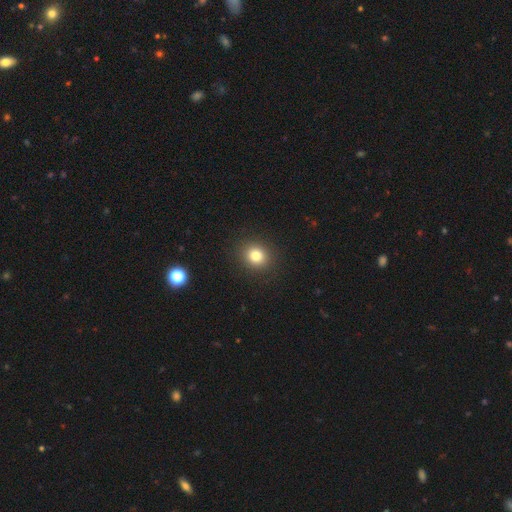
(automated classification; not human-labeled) Overall: smooth (81%). How rounded: round (81%). Merging: none (90%).